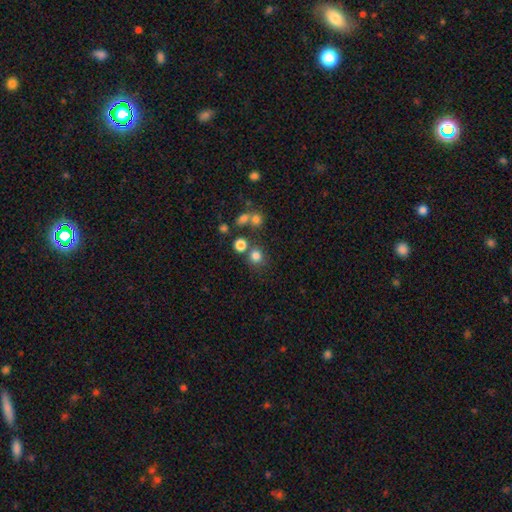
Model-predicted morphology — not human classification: The model was most divided on "merging": none: 69%, merger: 18%, minor disturbance: 9%, major disturbance: 5%. More confident: how rounded — round (87%); smooth or featured — smooth (78%).